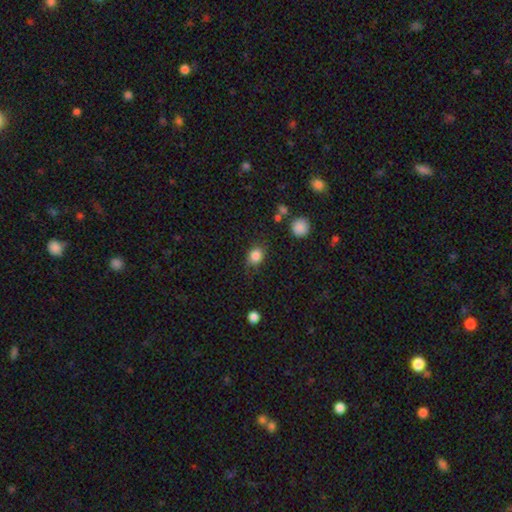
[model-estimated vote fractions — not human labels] A smooth galaxy with no disk features (85%) that is round (59%). Merging: none (71%).